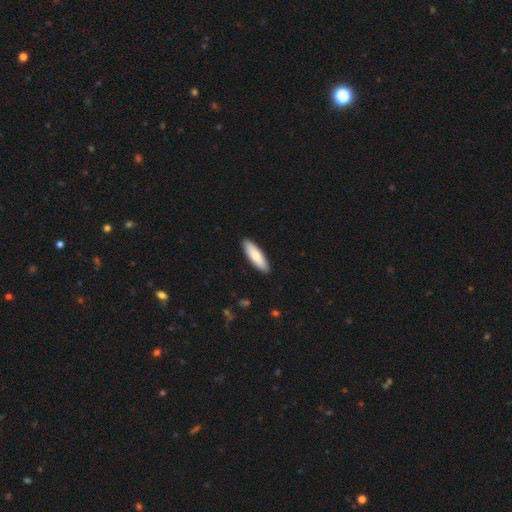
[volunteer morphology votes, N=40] smooth_or_featured: smooth (p=0.93) [alt: featured or disk p=0.07]
how_rounded: in between (p=0.51) [alt: cigar-shaped p=0.46]
merging: none (p=0.82) [alt: minor disturbance p=0.07]